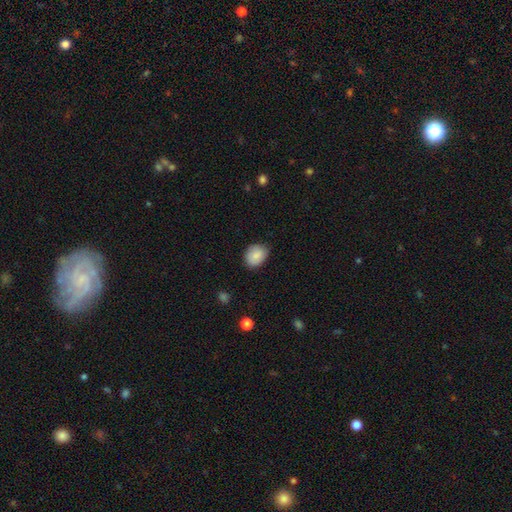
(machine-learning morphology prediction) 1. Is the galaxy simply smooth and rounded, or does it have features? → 87% smooth, 7% star or artifact, 5% featured or disk.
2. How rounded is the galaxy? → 52% in between, 47% round, 1% cigar-shaped.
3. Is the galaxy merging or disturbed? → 79% none, 17% minor disturbance, 3% major disturbance, 1% merger.